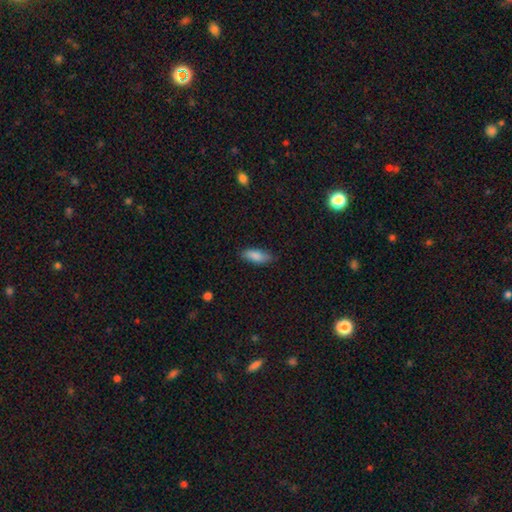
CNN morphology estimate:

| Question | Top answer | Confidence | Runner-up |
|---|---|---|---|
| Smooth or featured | smooth | 86% | featured or disk (8%) |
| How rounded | in between | 74% | cigar-shaped (24%) |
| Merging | none | 82% | minor disturbance (14%) |